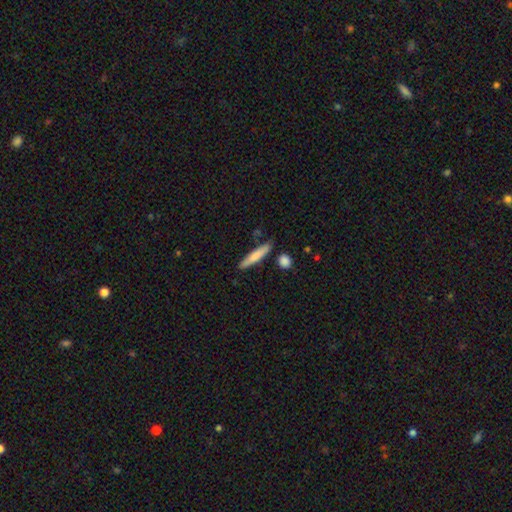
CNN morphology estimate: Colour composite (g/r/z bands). It shows a smooth galaxy with no disk features (73%) that is cigar-shaped (88%). Merging: none (81%).